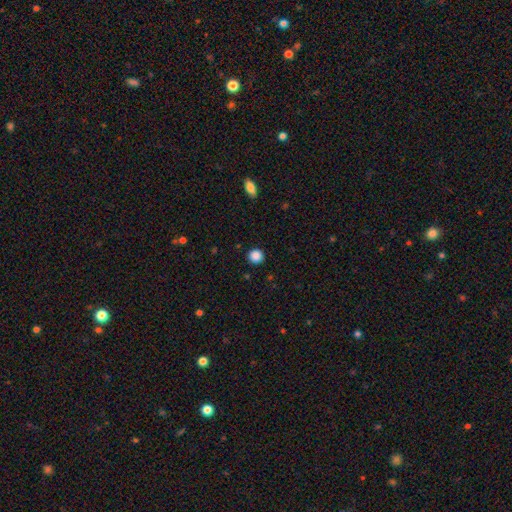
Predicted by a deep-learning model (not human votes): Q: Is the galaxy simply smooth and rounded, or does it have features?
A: smooth — 88%.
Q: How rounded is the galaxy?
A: round — 93%.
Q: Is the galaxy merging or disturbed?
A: none — 92%.